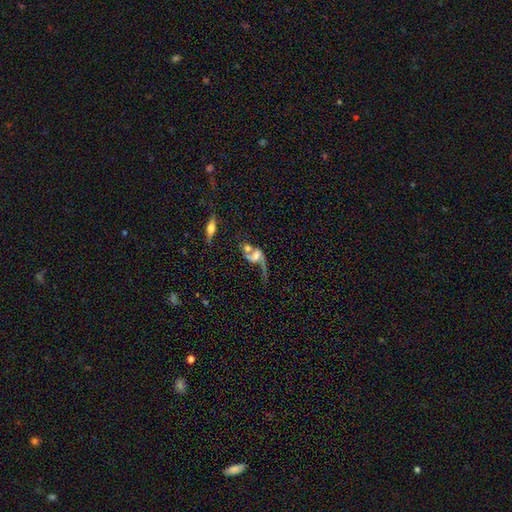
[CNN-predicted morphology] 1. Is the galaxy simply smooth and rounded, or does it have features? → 65% featured or disk, 25% smooth, 11% star or artifact.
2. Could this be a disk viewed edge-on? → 91% no, 9% yes.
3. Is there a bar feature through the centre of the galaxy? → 59% no, 31% weak, 11% strong.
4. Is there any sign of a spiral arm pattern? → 74% yes, 26% no.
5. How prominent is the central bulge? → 41% moderate, 23% small, 19% large, 13% none, 4% dominant.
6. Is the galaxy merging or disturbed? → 46% merger, 24% major disturbance, 20% none, 10% minor disturbance.